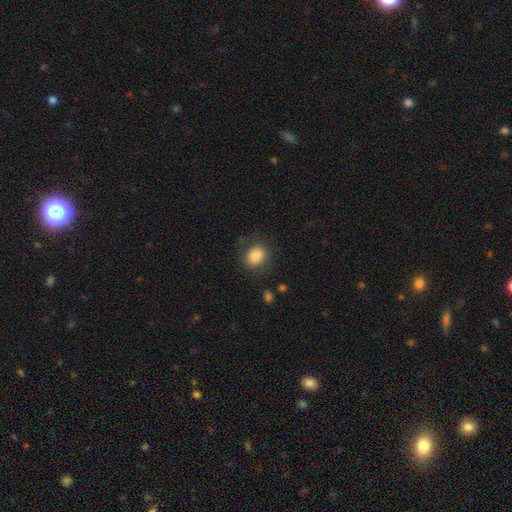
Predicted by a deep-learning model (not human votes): A smooth galaxy with no disk features (82%) that is round (58%). Merging: none (79%).